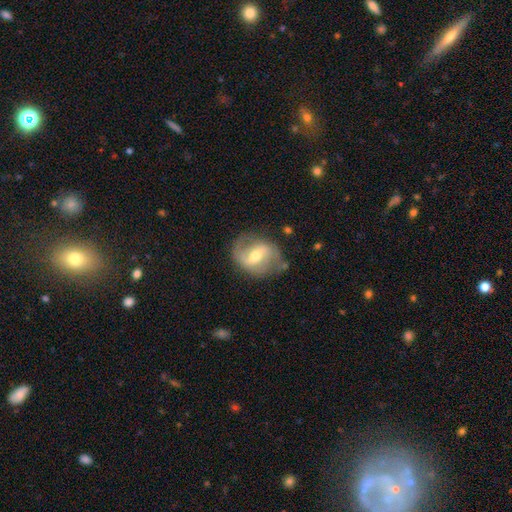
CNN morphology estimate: This is likely a featured or disk galaxy (77%). It is clearly not viewed edge-on (97%). Bar: possibly weak (49%). Spiral arm pattern: clearly yes (87%). Spiral arm count: clearly 2 (84%). Spiral winding: marginally medium (45%). Central bulge: likely moderate (62%). Merging: likely none (71%).